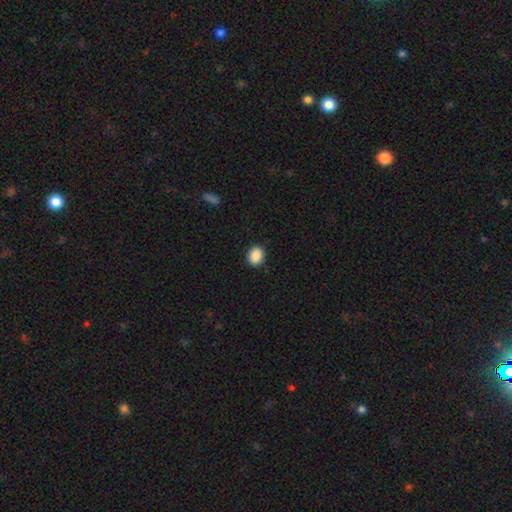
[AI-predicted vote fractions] This appears to be a smooth galaxy with no disk features (89%) that is round (54%). Merging: none (90%).